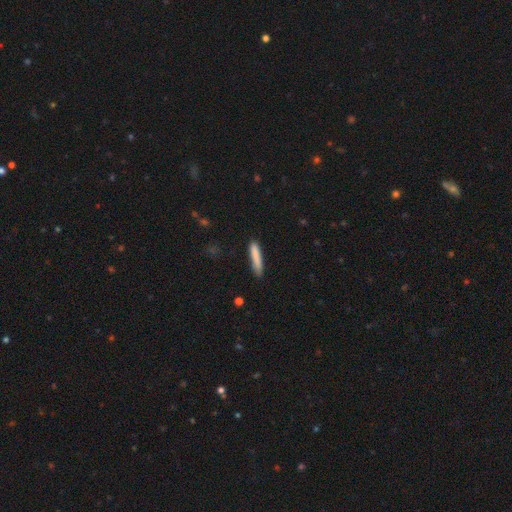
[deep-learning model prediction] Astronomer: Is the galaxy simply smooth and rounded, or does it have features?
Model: smooth — 84%.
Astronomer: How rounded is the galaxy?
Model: cigar-shaped — 90%.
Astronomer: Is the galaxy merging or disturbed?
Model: none — 82%.